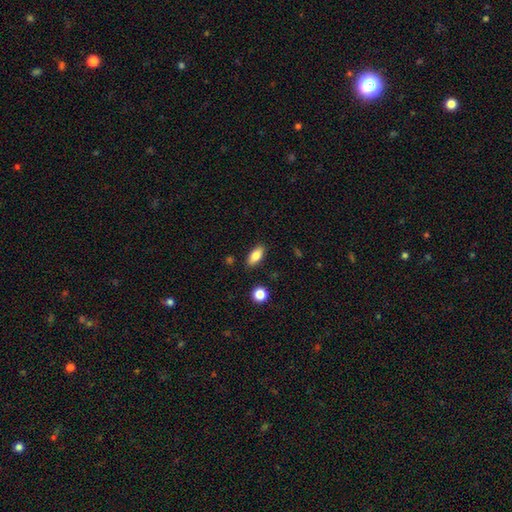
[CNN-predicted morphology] Q: Smooth or featured?
A: smooth (81%); runner-up: featured or disk (11%)
Q: How rounded?
A: in between (85%); runner-up: cigar-shaped (12%)
Q: Merging?
A: none (86%); runner-up: minor disturbance (9%)